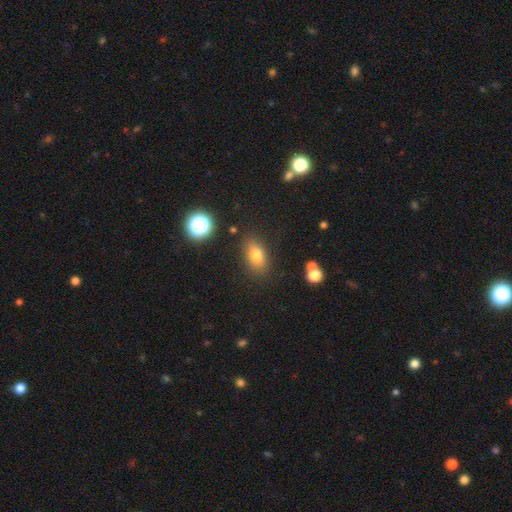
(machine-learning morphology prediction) A smooth galaxy with no disk features (76%) that is in between round and cigar-shaped (80%).

Vote fractions:
- Smooth or featured? smooth: 76% / star or artifact: 12% / featured or disk: 12%
- How rounded? in between: 80% / round: 16% / cigar-shaped: 5%
- Merging? none: 82% / minor disturbance: 12% / major disturbance: 4% / merger: 3%